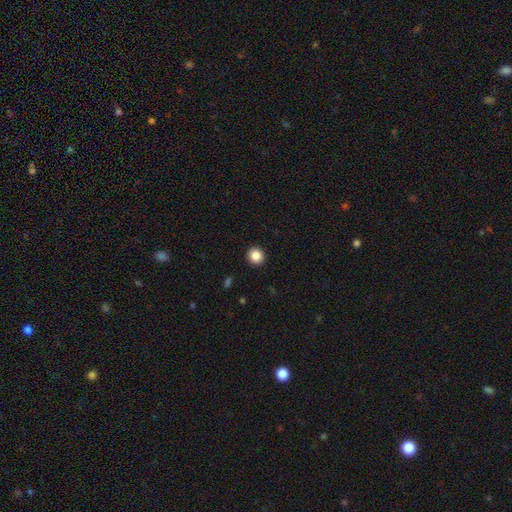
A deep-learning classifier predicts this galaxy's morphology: A smooth galaxy with no disk features (86%) that is round (93%). Merging: none (93%).